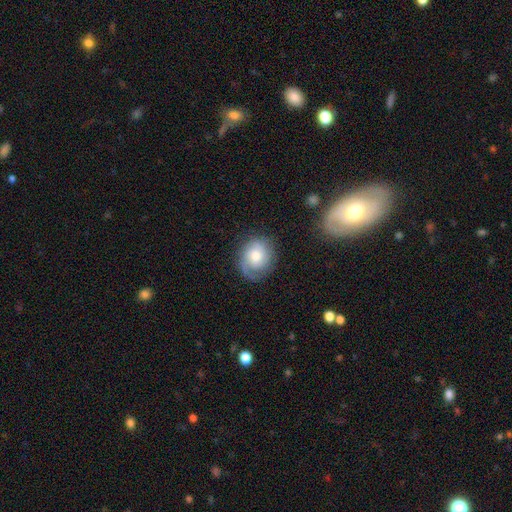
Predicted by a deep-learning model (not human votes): A featured or disk galaxy (50%).

Vote fractions:
- Smooth or featured? featured or disk: 50% / smooth: 42% / star or artifact: 8%
- Merging? none: 71% / minor disturbance: 19% / major disturbance: 8% / merger: 2%